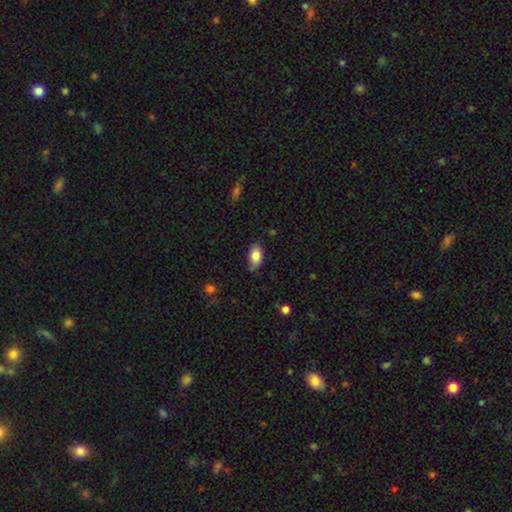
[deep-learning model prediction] The model was most divided on "merging": none: 76%, minor disturbance: 19%, major disturbance: 3%, merger: 2%. More confident: how rounded — in between (92%); smooth or featured — smooth (82%).